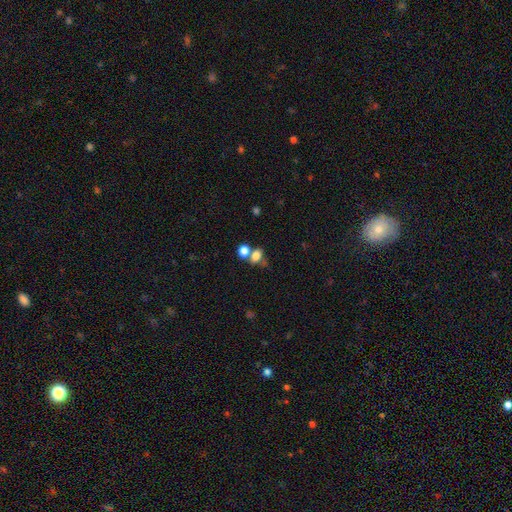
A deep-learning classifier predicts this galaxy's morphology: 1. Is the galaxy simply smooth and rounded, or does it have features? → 76% smooth, 13% star or artifact, 10% featured or disk.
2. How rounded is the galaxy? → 62% in between, 36% round, 2% cigar-shaped.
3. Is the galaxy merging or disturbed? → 42% merger, 40% none, 11% minor disturbance, 7% major disturbance.